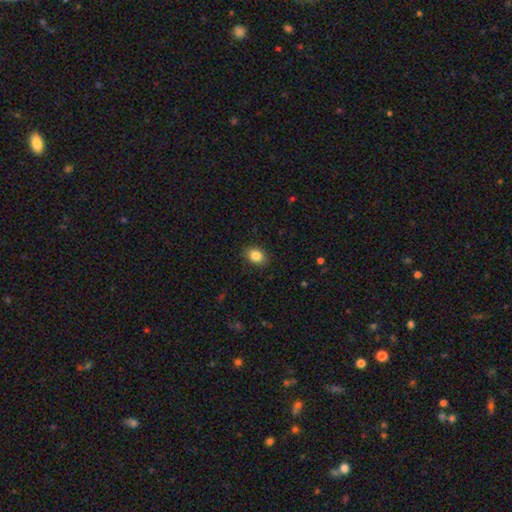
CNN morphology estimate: Smooth or featured?
  - smooth: 85% *
  - star or artifact: 9%
  - featured or disk: 6%
How rounded?
  - in between: 65% *
  - round: 34%
  - cigar-shaped: 1%
Merging?
  - none: 87% *
  - minor disturbance: 9%
  - major disturbance: 2%
  - merger: 1%